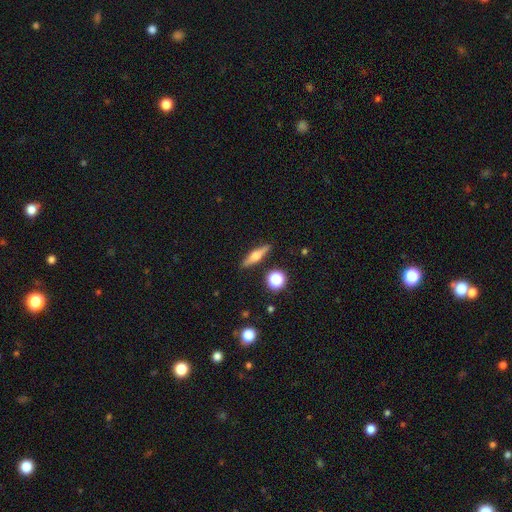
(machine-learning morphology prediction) type=featured or disk (55%); edge-on=yes (95%); edge-on bulge=rounded (90%); merging=none (88%).